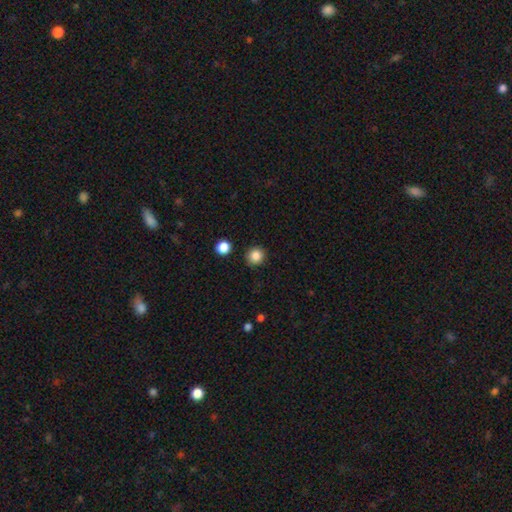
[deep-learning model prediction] Smooth or featured? smooth (86%)
How rounded? round (93%)
Merging? none (91%)